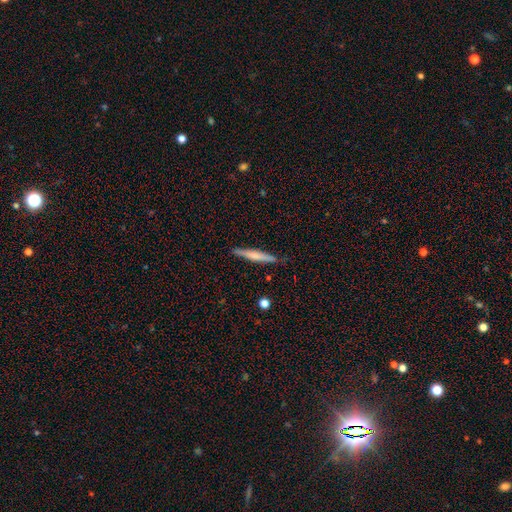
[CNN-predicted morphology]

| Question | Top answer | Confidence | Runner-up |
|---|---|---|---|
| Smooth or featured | smooth | 54% | featured or disk (40%) |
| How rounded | cigar-shaped | 94% | in between (4%) |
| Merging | none | 88% | minor disturbance (9%) |